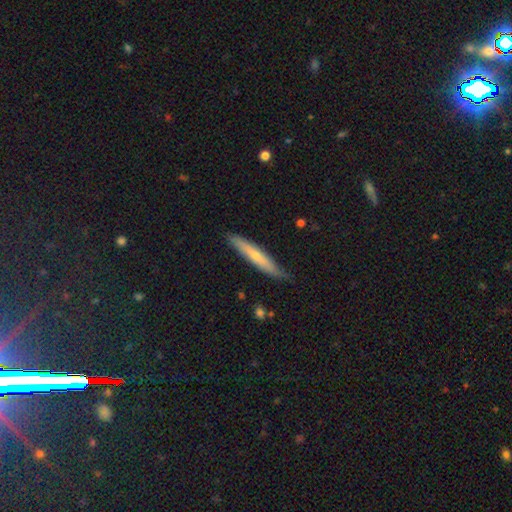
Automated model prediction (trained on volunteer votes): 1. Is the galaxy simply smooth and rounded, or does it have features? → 57% smooth, 38% featured or disk, 5% star or artifact.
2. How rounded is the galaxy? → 93% cigar-shaped, 6% in between, 1% round.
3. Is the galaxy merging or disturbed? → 80% none, 17% minor disturbance, 2% major disturbance, 1% merger.